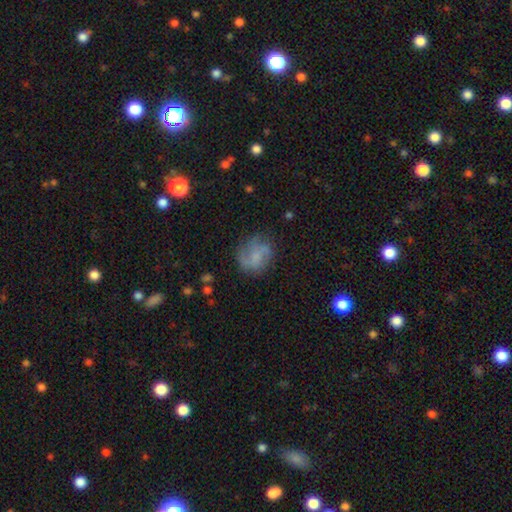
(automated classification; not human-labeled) This is possibly a featured or disk galaxy (46%). Merging: likely none (66%).